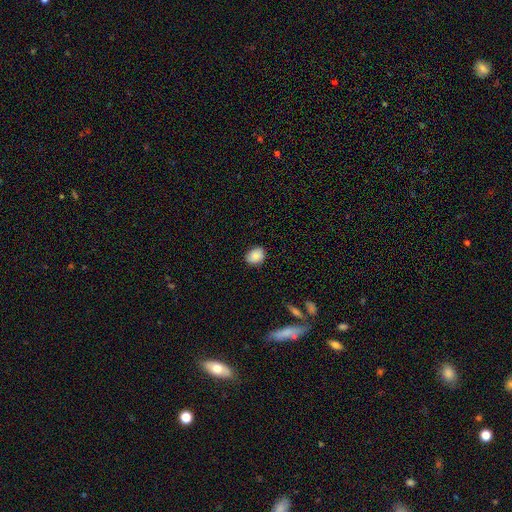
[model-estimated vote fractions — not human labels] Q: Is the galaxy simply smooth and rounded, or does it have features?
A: smooth — 83%.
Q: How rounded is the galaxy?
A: in between — 51%.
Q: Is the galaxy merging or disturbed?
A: none — 84%.